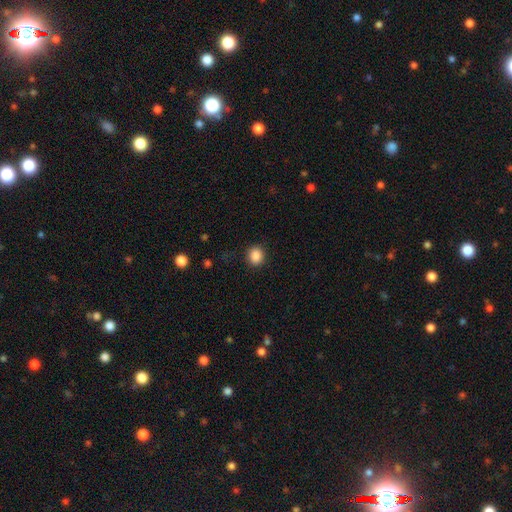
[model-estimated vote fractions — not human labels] The model was most divided on "how rounded": round: 76%, in between: 23%, cigar-shaped: 1%. More confident: merging — none (88%); smooth or featured — smooth (88%).